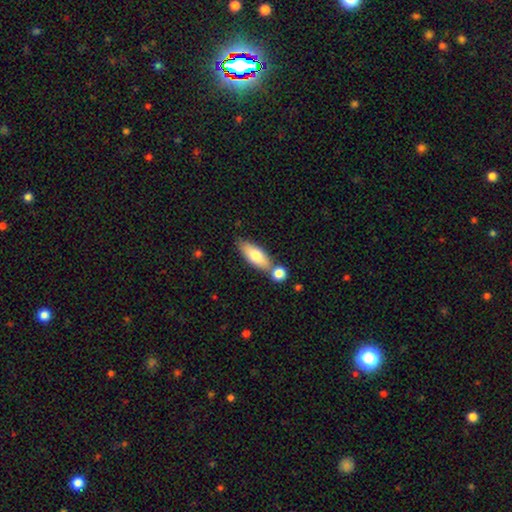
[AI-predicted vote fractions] Morphology: type=smooth (73%); roundness=in between (71%); merging=none (58%).